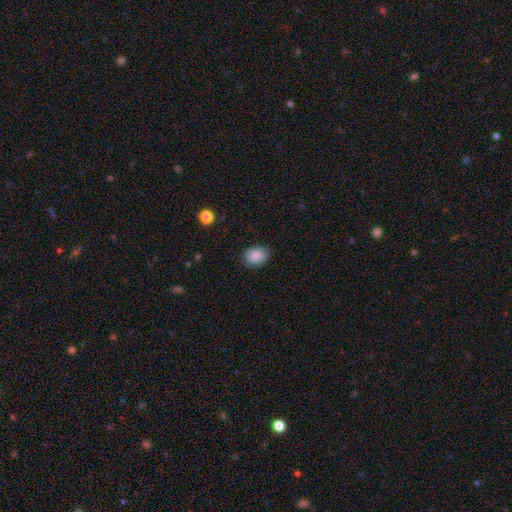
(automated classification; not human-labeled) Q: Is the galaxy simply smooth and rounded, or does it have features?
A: smooth — 88%.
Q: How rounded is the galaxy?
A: in between — 67%.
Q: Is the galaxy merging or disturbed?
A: none — 83%.